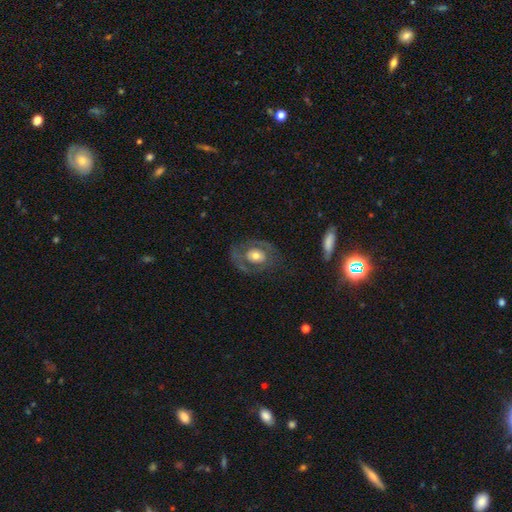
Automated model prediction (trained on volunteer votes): This appears to be a featured or disk galaxy (58%) with no bar (79%), no spiral arms (57%) and a moderate central bulge (61%). Merging: none (66%).